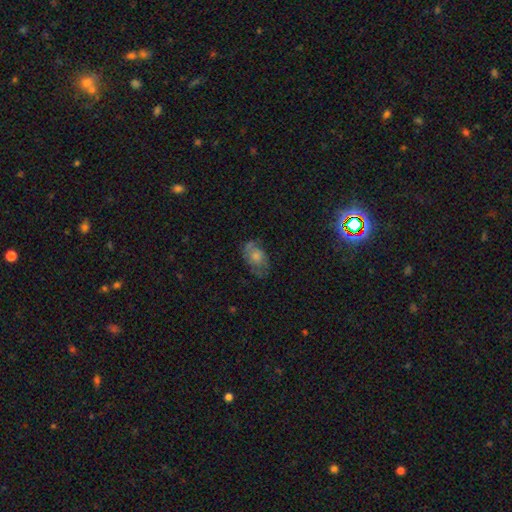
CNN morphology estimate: smooth_or_featured: smooth (p=0.49) [alt: featured or disk p=0.42]
merging: none (p=0.51) [alt: minor disturbance p=0.29]